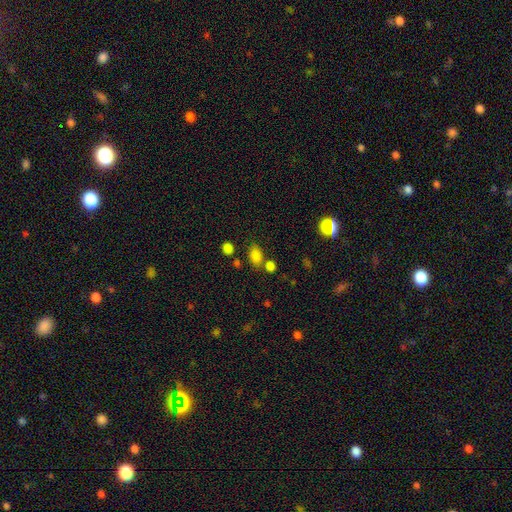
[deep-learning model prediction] Overall: smooth (82%). How rounded: in between (80%). Merging: none (63%).